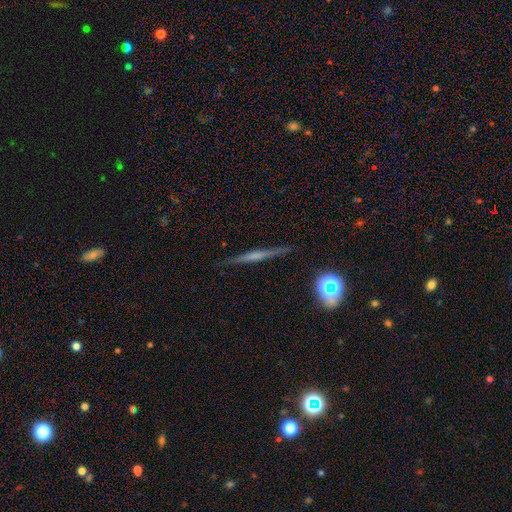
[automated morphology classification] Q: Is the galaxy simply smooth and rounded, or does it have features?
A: featured or disk — 58%.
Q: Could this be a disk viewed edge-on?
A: yes — 97%.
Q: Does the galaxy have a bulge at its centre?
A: none — 51%.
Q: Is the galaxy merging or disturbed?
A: none — 88%.